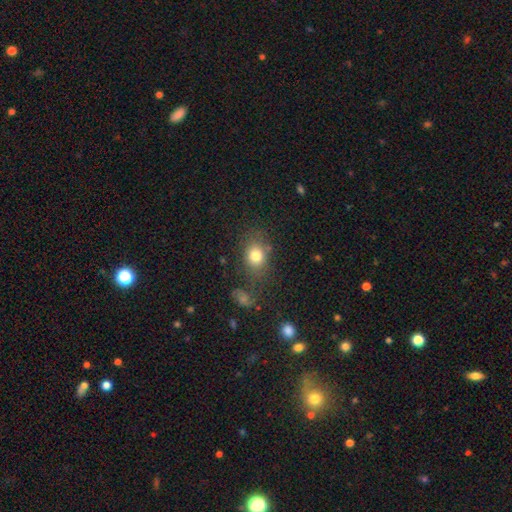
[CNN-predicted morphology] smooth-or-featured: smooth: 78% | star or artifact: 12% | featured or disk: 10%
  how-rounded: in between: 51% | round: 47% | cigar-shaped: 1%
  merging: none: 70% | minor disturbance: 15% | merger: 7% | major disturbance: 7%